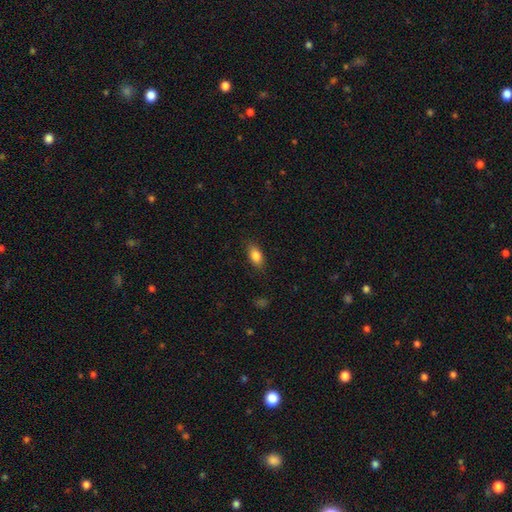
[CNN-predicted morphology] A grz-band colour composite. It shows a smooth galaxy with no disk features (84%) that is in between round and cigar-shaped (87%). Merging: none (84%).